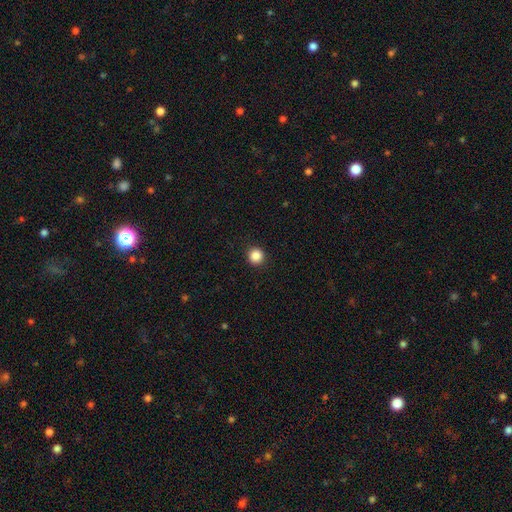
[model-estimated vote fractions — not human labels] A smooth galaxy with no disk features (87%) that is round (95%). Merging: none (93%).